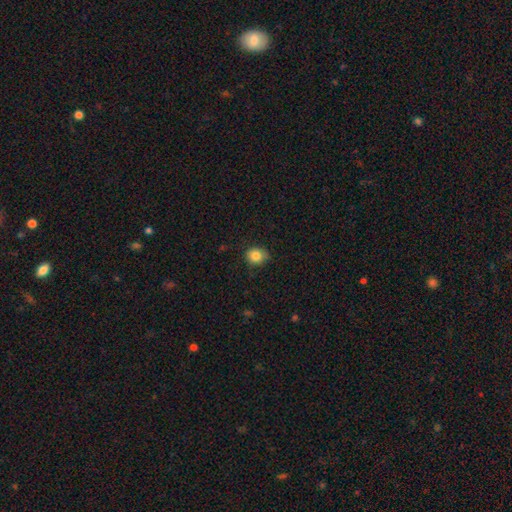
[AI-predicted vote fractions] Overall: smooth (84%). How rounded: round (68%; in between 31%). Merging: none (73%).